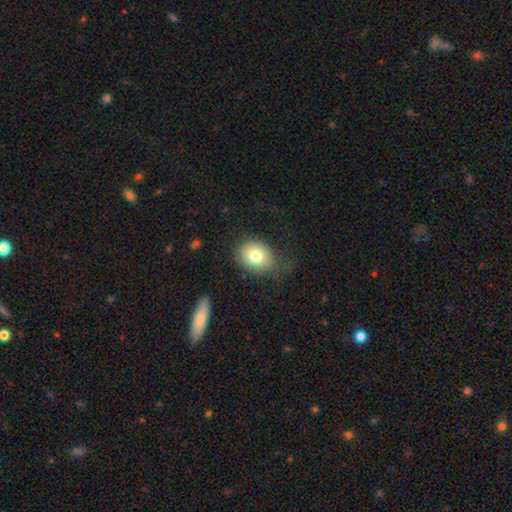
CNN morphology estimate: Q: Smooth or featured?
A: smooth (76%); runner-up: featured or disk (15%)
Q: How rounded?
A: round (50%); runner-up: in between (49%)
Q: Merging?
A: none (67%); runner-up: minor disturbance (22%)